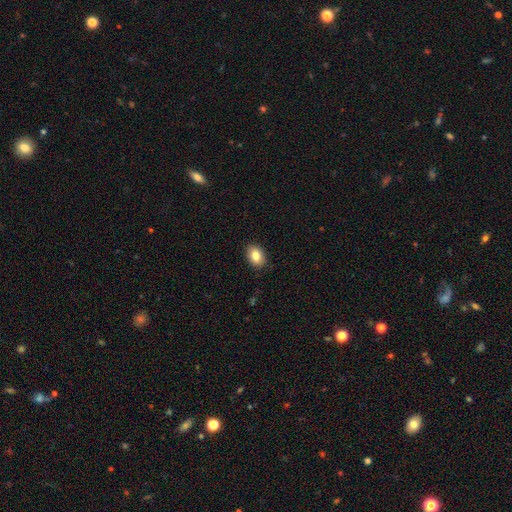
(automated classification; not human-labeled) This appears to be a smooth galaxy with no disk features (82%) that is in between round and cigar-shaped (77%). Merging: none (88%).